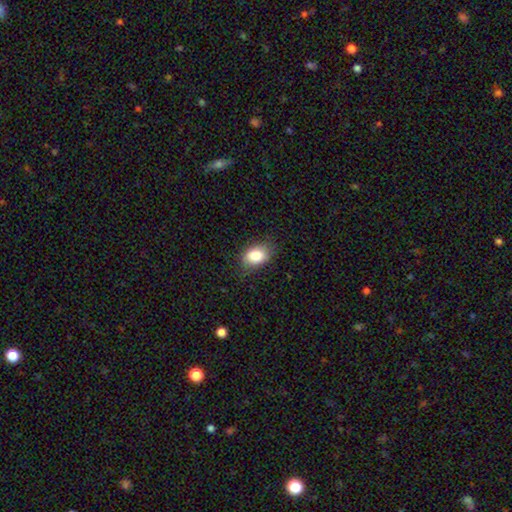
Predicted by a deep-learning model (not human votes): Overall: smooth (84%). How rounded: in between (80%). Merging: none (78%).